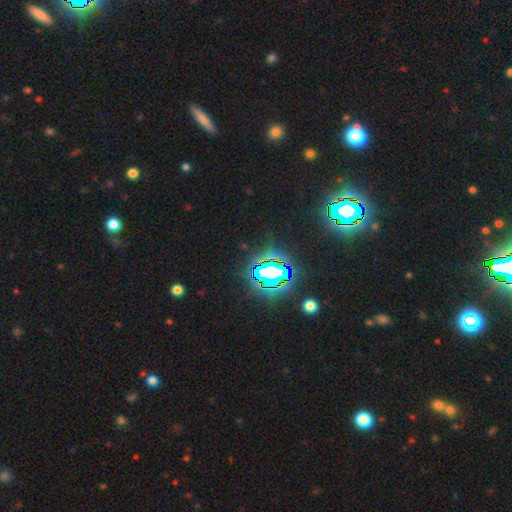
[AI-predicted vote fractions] Smooth or featured?
  - star or artifact: 81% *
  - smooth: 12%
  - featured or disk: 8%